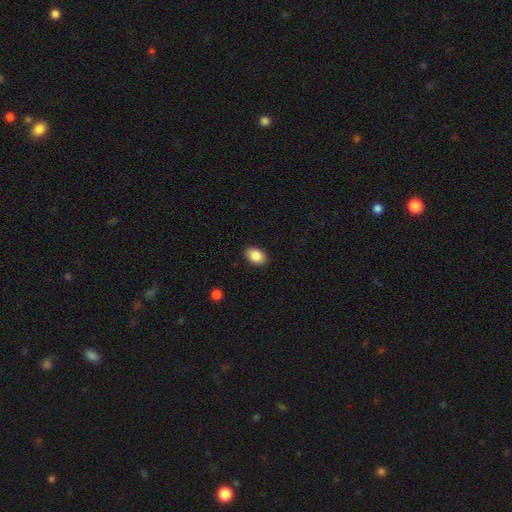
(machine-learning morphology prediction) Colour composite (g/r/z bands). It shows a smooth galaxy with no disk features (88%) that is in between round and cigar-shaped (85%). Merging: none (89%).